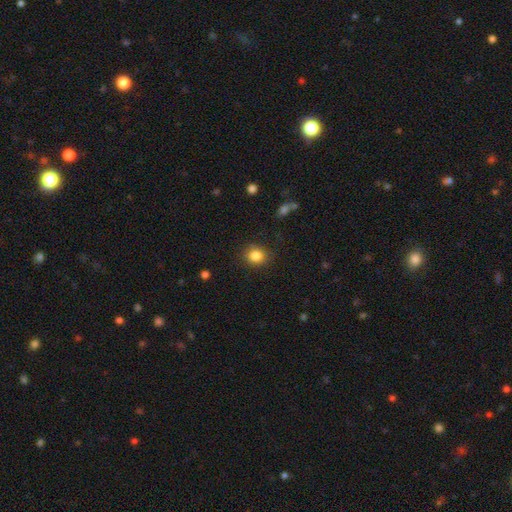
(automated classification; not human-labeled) The model was most divided on "how rounded": round: 74%, in between: 25%, cigar-shaped: 1%. More confident: merging — none (86%); smooth or featured — smooth (85%).